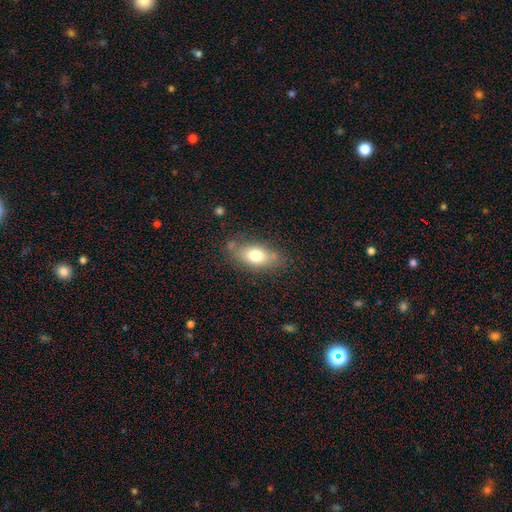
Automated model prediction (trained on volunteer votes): A smooth galaxy with no disk features (73%) that is in between round and cigar-shaped (84%). Merging: none (73%).